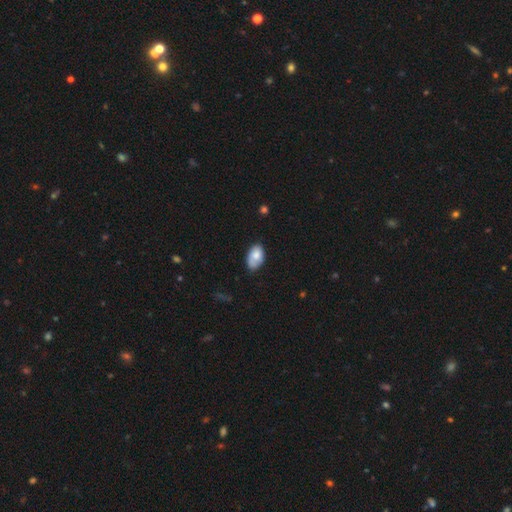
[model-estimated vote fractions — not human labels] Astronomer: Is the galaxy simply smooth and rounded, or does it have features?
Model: smooth — 76%.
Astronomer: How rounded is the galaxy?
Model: in between — 93%.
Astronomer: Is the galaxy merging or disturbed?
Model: none — 63%.